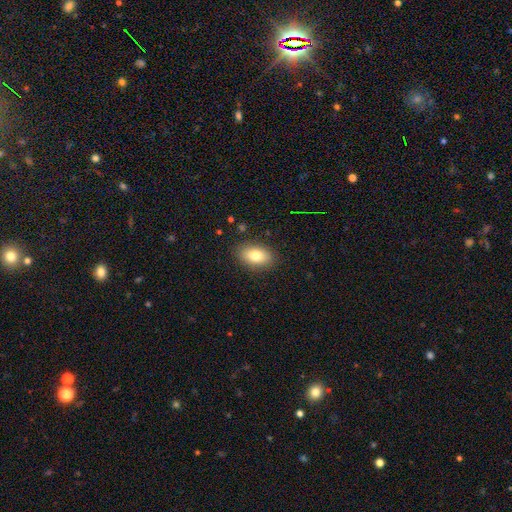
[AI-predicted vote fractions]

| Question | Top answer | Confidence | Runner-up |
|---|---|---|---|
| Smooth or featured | smooth | 79% | featured or disk (12%) |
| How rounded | in between | 88% | round (10%) |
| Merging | none | 87% | minor disturbance (9%) |